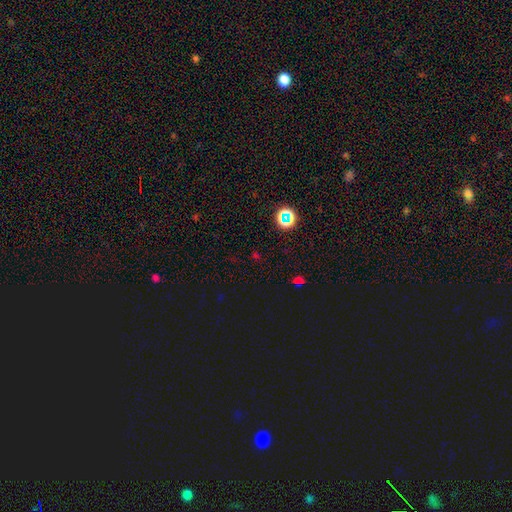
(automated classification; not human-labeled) smooth-or-featured: star or artifact: 66% | smooth: 27% | featured or disk: 7%